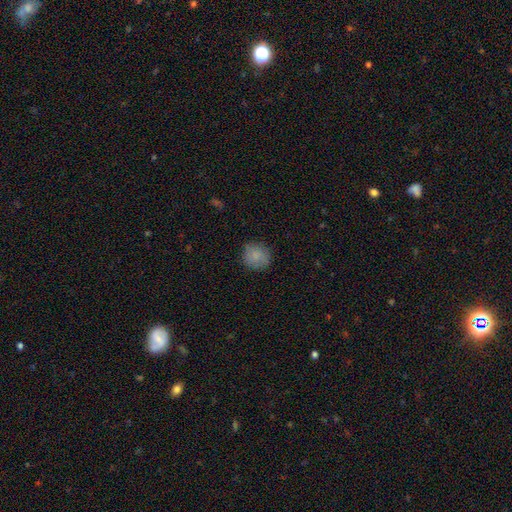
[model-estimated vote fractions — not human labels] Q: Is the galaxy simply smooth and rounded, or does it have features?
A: smooth — 84%.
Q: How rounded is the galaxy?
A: round — 88%.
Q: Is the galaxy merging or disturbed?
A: none — 83%.